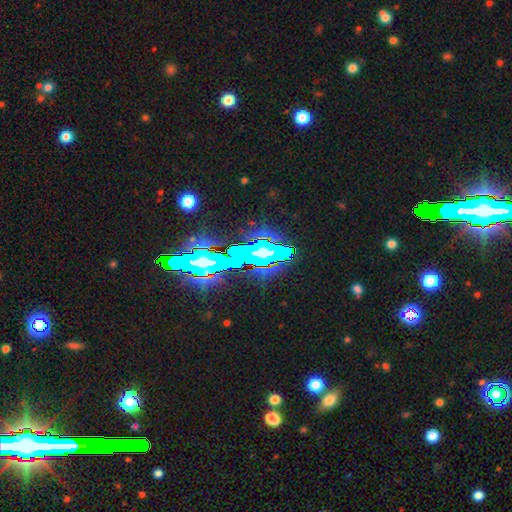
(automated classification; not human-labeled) Smooth or featured? Predicted: star or artifact (p=0.69).